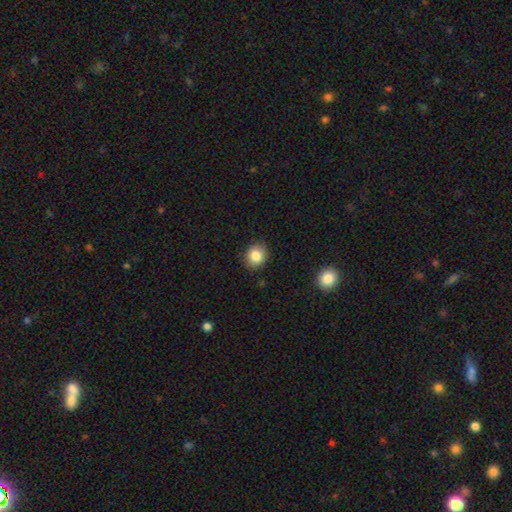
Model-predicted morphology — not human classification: This appears to be a smooth galaxy with no disk features (84%) that is round (79%). Merging: none (88%).